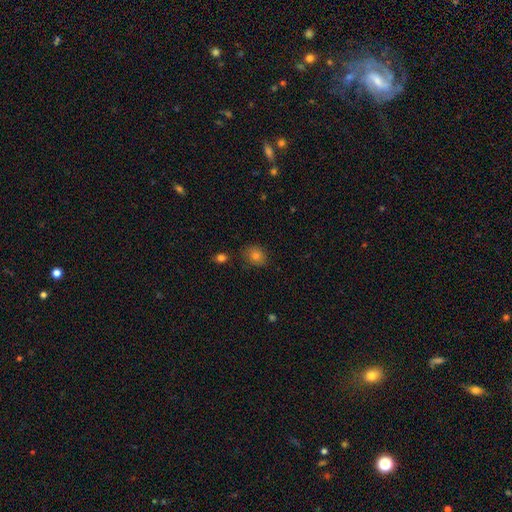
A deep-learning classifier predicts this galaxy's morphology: A smooth galaxy with no disk features (75%) that is round (63%).

Vote fractions:
- Smooth or featured? smooth: 75% / star or artifact: 16% / featured or disk: 9%
- How rounded? round: 63% / in between: 36% / cigar-shaped: 1%
- Merging? none: 81% / minor disturbance: 13% / major disturbance: 3% / merger: 3%